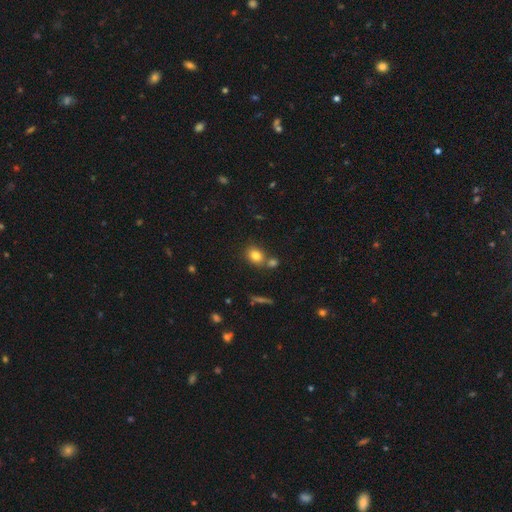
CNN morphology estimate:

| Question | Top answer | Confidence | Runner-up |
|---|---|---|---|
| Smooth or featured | smooth | 80% | star or artifact (11%) |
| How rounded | in between | 52% | round (47%) |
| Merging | none | 61% | merger (25%) |